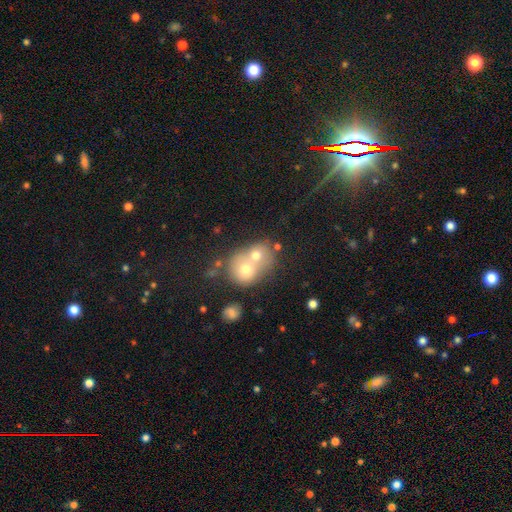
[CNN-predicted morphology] The model was most divided on "smooth or featured": smooth: 65%, featured or disk: 24%, star or artifact: 11%. More confident: how rounded — round (70%); merging — merger (69%).